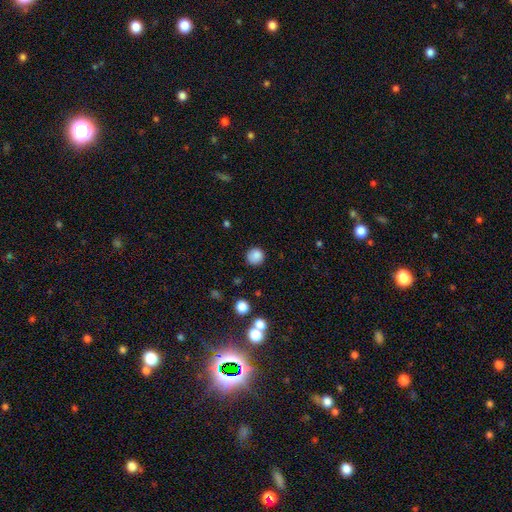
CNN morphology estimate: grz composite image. It shows a smooth galaxy with no disk features (85%) that is round (92%). Merging: none (85%).